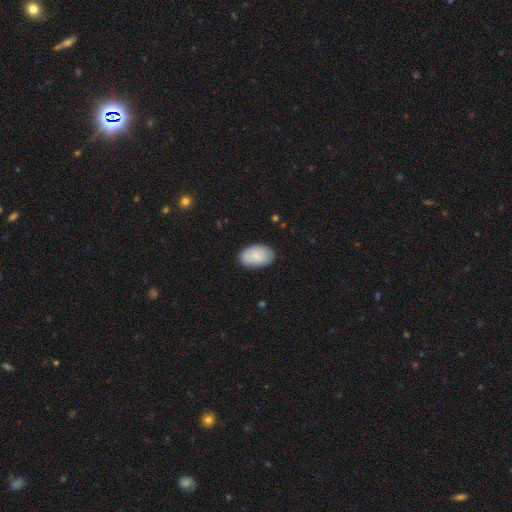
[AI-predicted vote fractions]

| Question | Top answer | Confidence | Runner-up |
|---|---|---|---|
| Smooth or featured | smooth | 84% | featured or disk (10%) |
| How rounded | in between | 92% | round (7%) |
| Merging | none | 83% | minor disturbance (14%) |